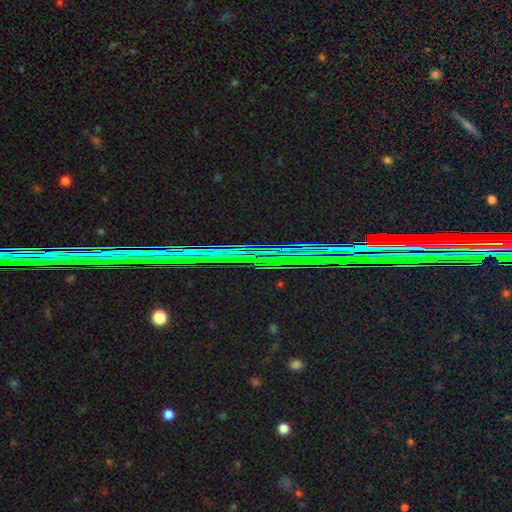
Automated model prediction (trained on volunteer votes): This appears to be a star or artifact, not a galaxy (88%).